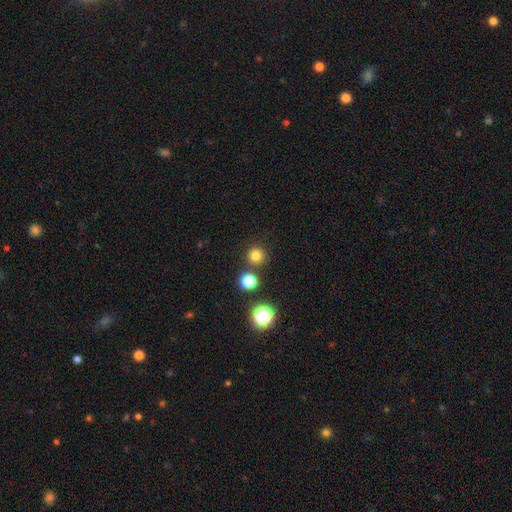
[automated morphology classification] The model was most divided on "smooth or featured": smooth: 77%, star or artifact: 17%, featured or disk: 5%. More confident: how rounded — round (95%); merging — none (84%).